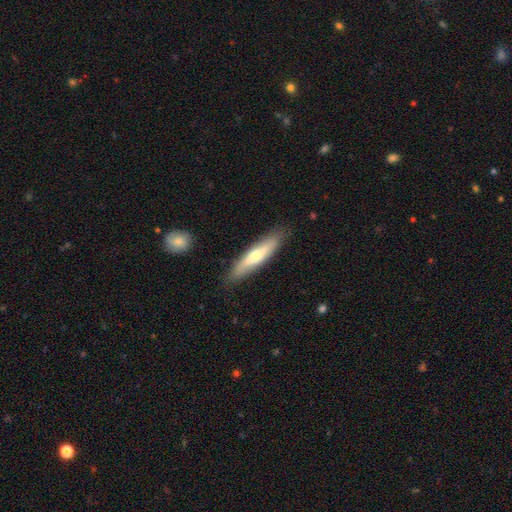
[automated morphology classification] The model was most divided on "smooth or featured": smooth: 56%, featured or disk: 38%, star or artifact: 5%. More confident: merging — none (86%); how rounded — cigar-shaped (80%).